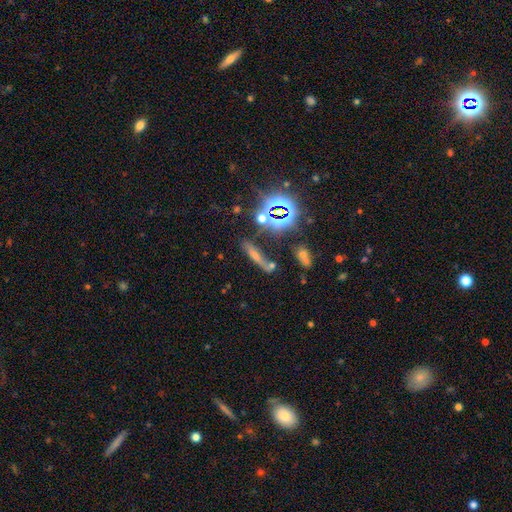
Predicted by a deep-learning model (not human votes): Smooth or featured? smooth (46%)
Merging? none (63%)